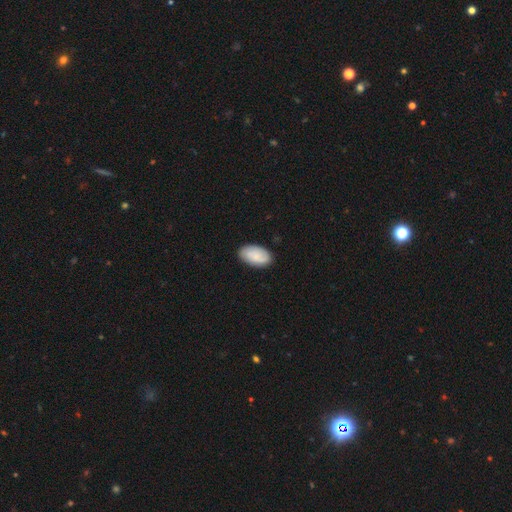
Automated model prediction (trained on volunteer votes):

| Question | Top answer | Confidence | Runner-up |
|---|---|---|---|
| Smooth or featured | smooth | 75% | featured or disk (18%) |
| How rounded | in between | 94% | round (4%) |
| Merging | none | 85% | minor disturbance (12%) |